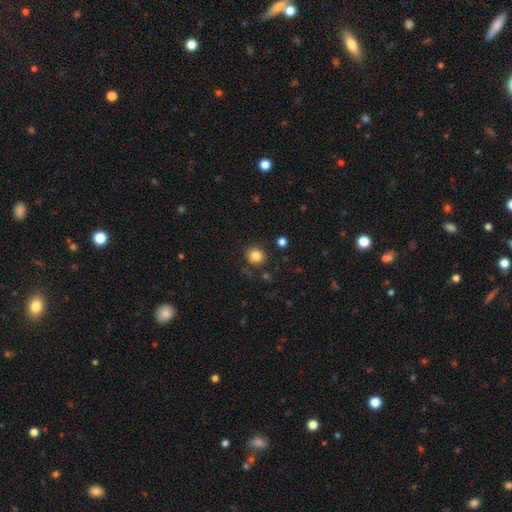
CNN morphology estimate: This appears to be a smooth galaxy with no disk features (83%) that is round (88%). Merging: none (87%).